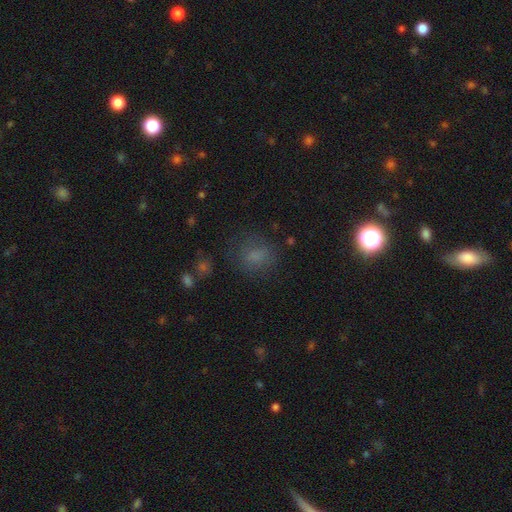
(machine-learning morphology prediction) This is likely a smooth galaxy (66%). How rounded: possibly round (53%). Merging: likely none (70%).